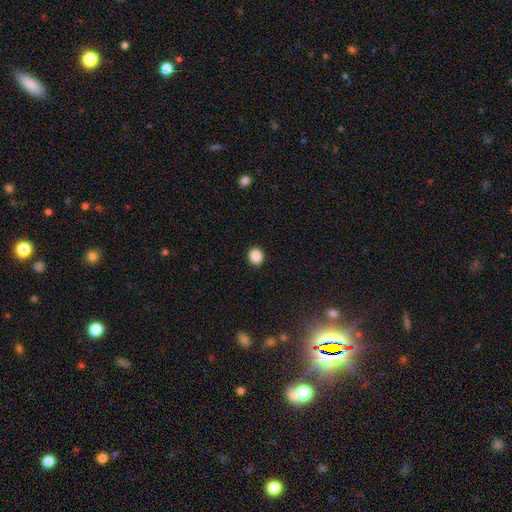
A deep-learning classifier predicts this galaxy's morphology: type=smooth (88%); roundness=round (72%); merging=none (91%).